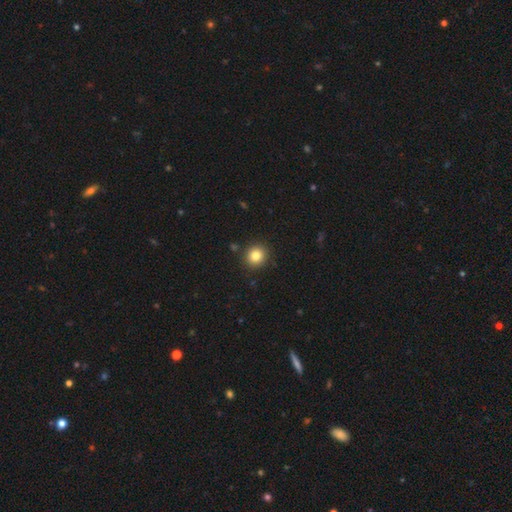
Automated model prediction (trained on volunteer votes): This appears to be a smooth galaxy with no disk features (83%) that is round (88%). Merging: none (90%).